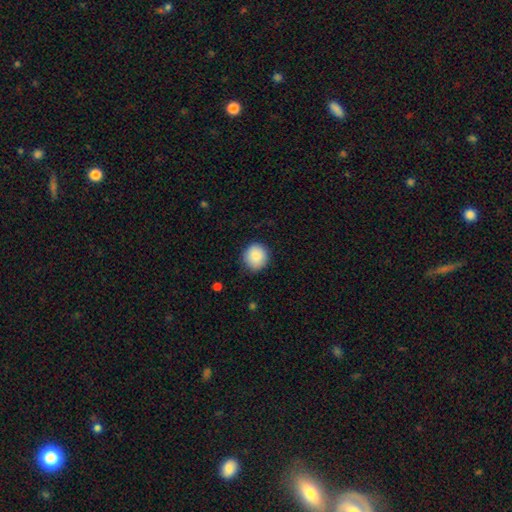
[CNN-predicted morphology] A smooth galaxy with no disk features (88%) that is round (88%).

Vote fractions:
- Smooth or featured? smooth: 88% / star or artifact: 8% / featured or disk: 4%
- How rounded? round: 88% / in between: 11% / cigar-shaped: 1%
- Merging? none: 85% / minor disturbance: 12% / major disturbance: 3% / merger: 1%